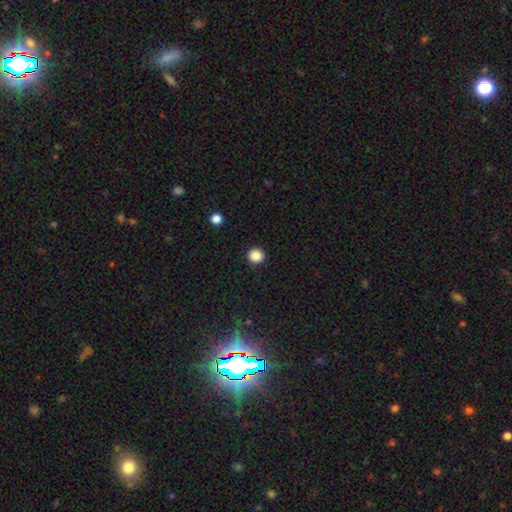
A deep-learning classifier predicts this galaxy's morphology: Q: Smooth or featured?
A: smooth (87%); runner-up: star or artifact (11%)
Q: How rounded?
A: round (92%); runner-up: in between (7%)
Q: Merging?
A: none (92%); runner-up: minor disturbance (5%)